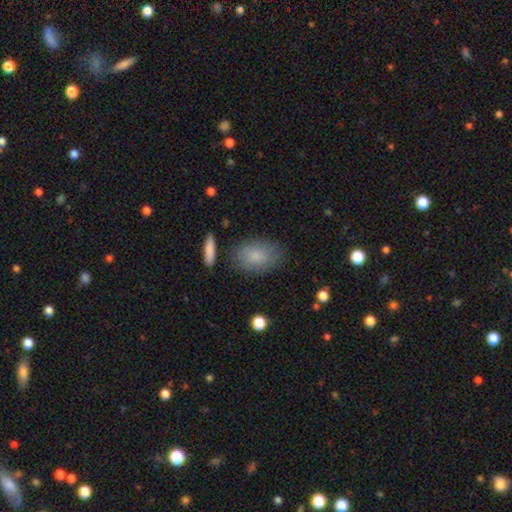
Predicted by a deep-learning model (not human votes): Smooth or featured? smooth (83%)
How rounded? in between (87%)
Merging? none (79%)